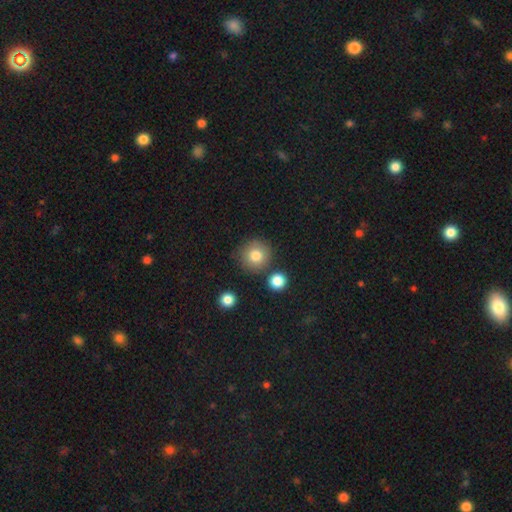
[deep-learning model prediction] Smooth or featured?
  - smooth: 80% *
  - star or artifact: 10%
  - featured or disk: 10%
How rounded?
  - round: 93% *
  - in between: 6%
  - cigar-shaped: 1%
Merging?
  - none: 80% *
  - minor disturbance: 9%
  - merger: 8%
  - major disturbance: 3%